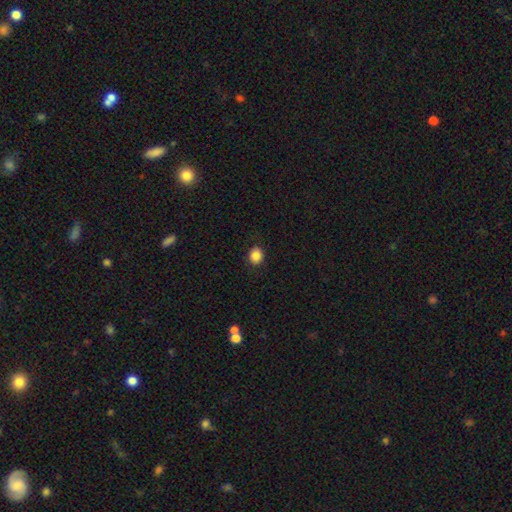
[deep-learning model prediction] smooth-or-featured: smooth: 86% | star or artifact: 10% | featured or disk: 4%
  how-rounded: round: 67% | in between: 32% | cigar-shaped: 1%
  merging: none: 88% | minor disturbance: 9% | major disturbance: 2% | merger: 1%